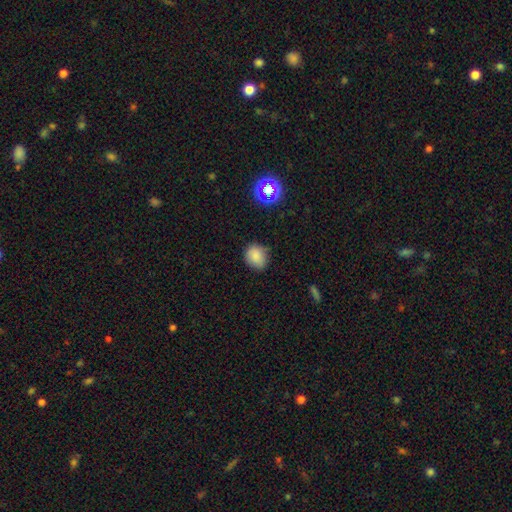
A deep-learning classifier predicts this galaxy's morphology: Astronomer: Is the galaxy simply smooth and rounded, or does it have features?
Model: smooth — 83%.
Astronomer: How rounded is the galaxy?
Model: round — 65%.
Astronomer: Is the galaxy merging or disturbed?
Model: none — 75%.